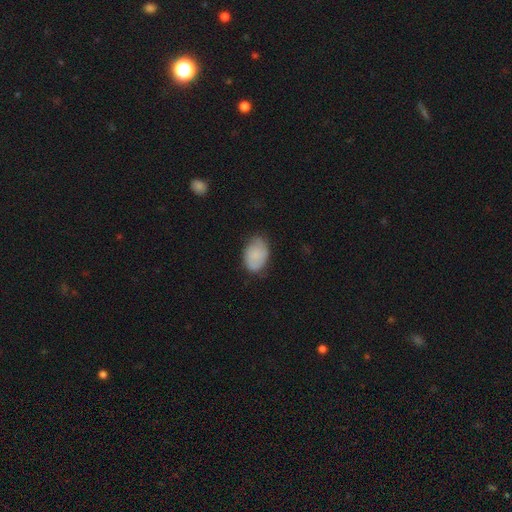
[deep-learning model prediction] Smooth or featured?
  - smooth: 78% *
  - featured or disk: 15%
  - star or artifact: 7%
How rounded?
  - in between: 87% *
  - round: 12%
  - cigar-shaped: 1%
Merging?
  - none: 68% *
  - minor disturbance: 25%
  - major disturbance: 6%
  - merger: 1%